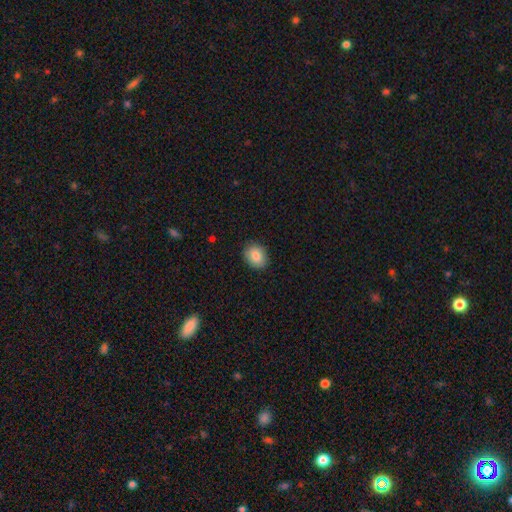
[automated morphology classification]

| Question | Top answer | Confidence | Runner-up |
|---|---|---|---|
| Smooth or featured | smooth | 85% | star or artifact (8%) |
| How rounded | in between | 53% | round (46%) |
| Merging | none | 87% | minor disturbance (10%) |